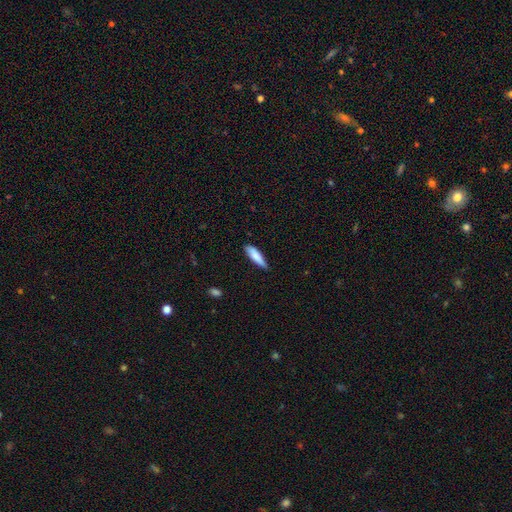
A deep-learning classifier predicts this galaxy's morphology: Smooth or featured? smooth (83%)
How rounded? cigar-shaped (65%)
Merging? none (72%)